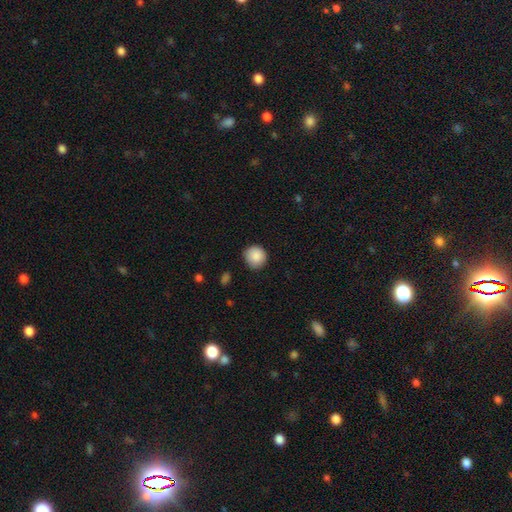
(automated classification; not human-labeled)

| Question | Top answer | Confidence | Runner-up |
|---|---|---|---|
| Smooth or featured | smooth | 88% | star or artifact (8%) |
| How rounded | round | 92% | in between (7%) |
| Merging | none | 87% | minor disturbance (10%) |